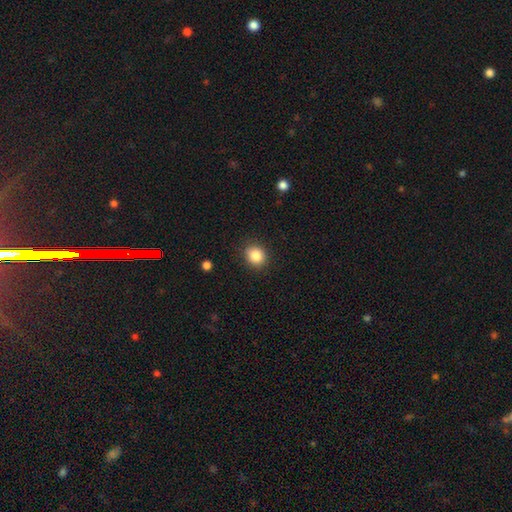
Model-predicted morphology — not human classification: smooth-or-featured: smooth: 86% | star or artifact: 10% | featured or disk: 5%
  how-rounded: round: 74% | in between: 25% | cigar-shaped: 1%
  merging: none: 88% | minor disturbance: 9% | major disturbance: 2% | merger: 1%